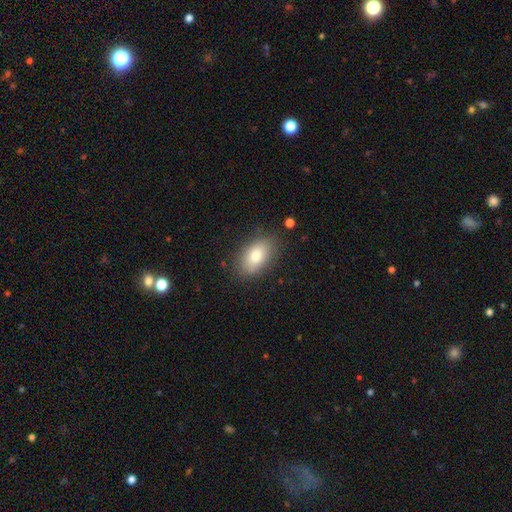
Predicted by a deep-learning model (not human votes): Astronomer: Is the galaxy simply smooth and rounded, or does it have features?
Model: smooth — 80%.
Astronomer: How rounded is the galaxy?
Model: in between — 91%.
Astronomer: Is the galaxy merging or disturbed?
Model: none — 84%.